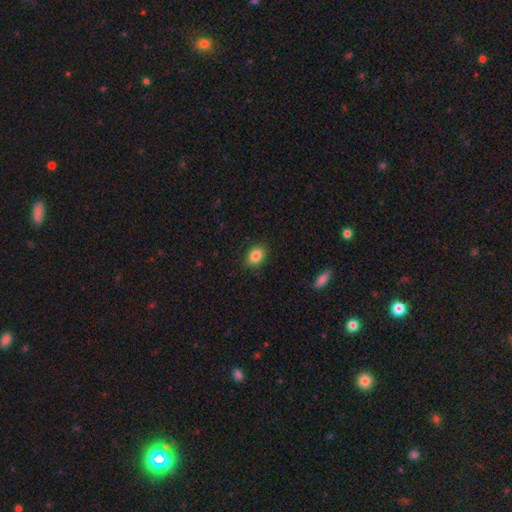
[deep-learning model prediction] A smooth galaxy with no disk features (85%) that is in between round and cigar-shaped (72%).

Vote fractions:
- Smooth or featured? smooth: 85% / star or artifact: 9% / featured or disk: 6%
- How rounded? in between: 72% / round: 27% / cigar-shaped: 1%
- Merging? none: 87% / minor disturbance: 10% / major disturbance: 2% / merger: 1%